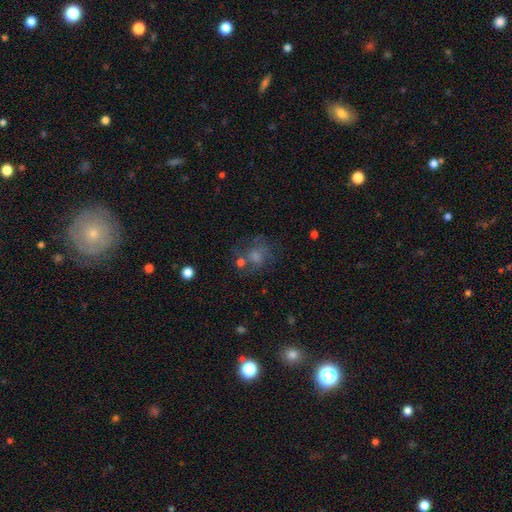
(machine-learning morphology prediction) Smooth or featured? smooth (39%)
Merging? none (58%)